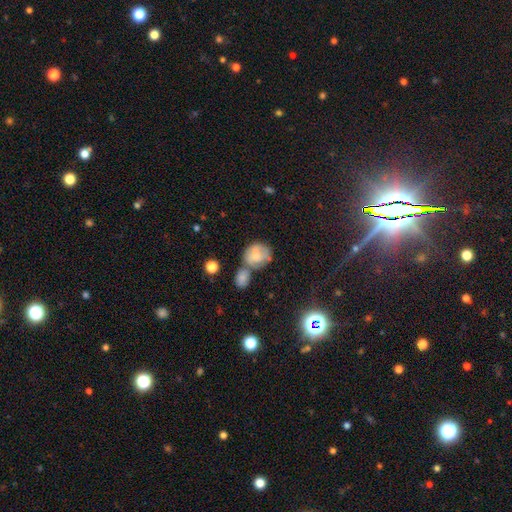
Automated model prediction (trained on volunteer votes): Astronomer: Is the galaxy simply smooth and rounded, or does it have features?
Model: smooth — 67%.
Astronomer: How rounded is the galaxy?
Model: round — 65%.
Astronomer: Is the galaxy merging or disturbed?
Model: merger — 39% (runner-up: none, 35%).